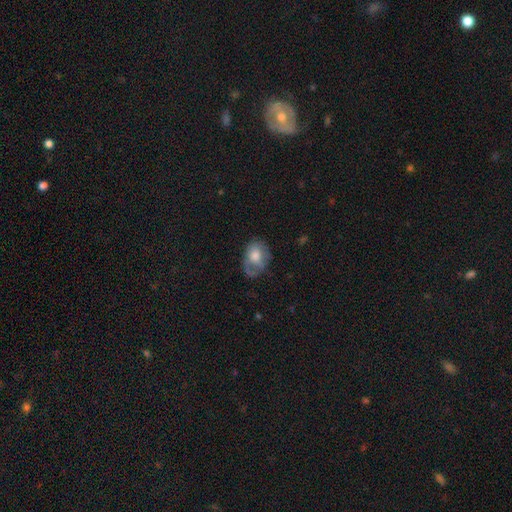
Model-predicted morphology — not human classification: smooth-or-featured: smooth: 58% | featured or disk: 34% | star or artifact: 8%
  how-rounded: in between: 72% | round: 27% | cigar-shaped: 1%
  merging: none: 48% | minor disturbance: 31% | major disturbance: 19% | merger: 2%